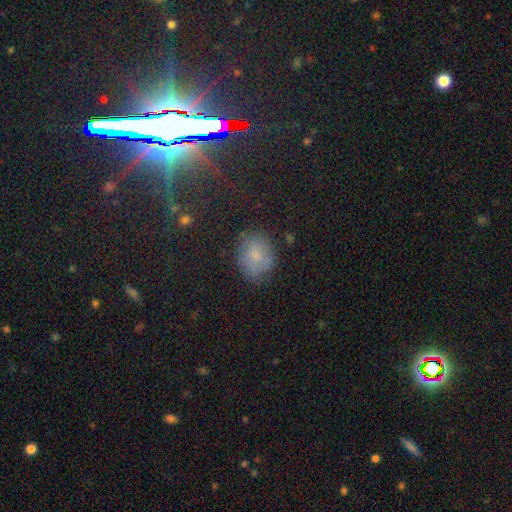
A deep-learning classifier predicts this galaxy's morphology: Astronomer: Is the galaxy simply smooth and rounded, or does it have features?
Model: smooth — 66%.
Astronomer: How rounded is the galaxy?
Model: round — 57% (runner-up: in between, 42%).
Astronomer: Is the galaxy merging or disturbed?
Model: none — 73%.